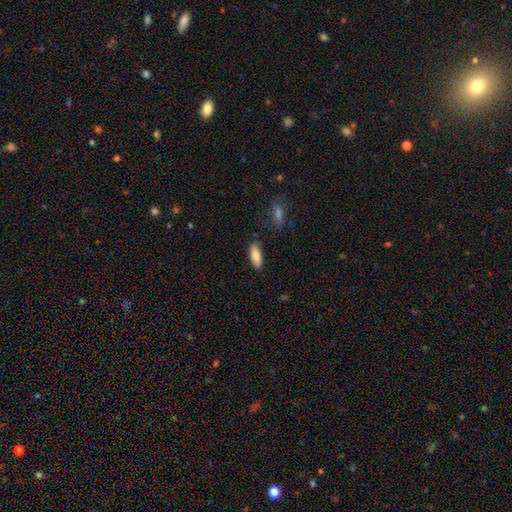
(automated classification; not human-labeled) This appears to be a smooth galaxy with no disk features (85%) that is in between round and cigar-shaped (73%). Merging: none (81%).